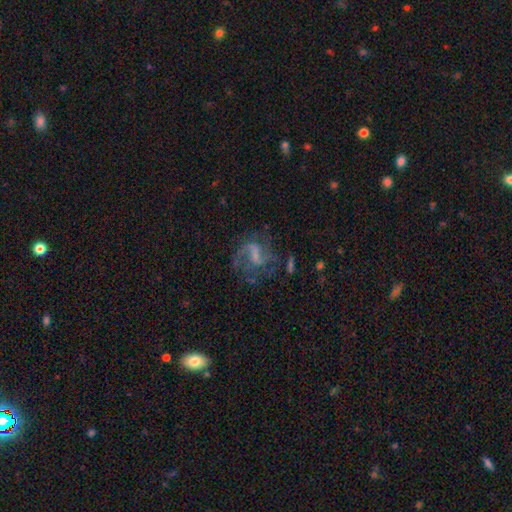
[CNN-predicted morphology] Smooth or featured: featured or disk — 71% (smooth — 16%)
Edge-on disk: no — 97% (yes — 3%)
Bar: weak — 49% (no — 28%)
Spiral arms: yes — 84% (no — 16%)
Spiral winding: loose — 46% (medium — 41%)
Spiral arm count: 2 — 62% (1 — 15%)
Bulge size: none — 40% (small — 36%)
Merging: none — 53% (major disturbance — 25%)